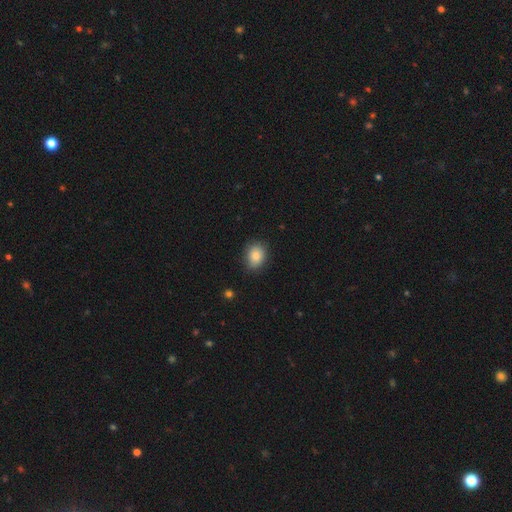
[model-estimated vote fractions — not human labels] This is clearly a smooth galaxy (84%). How rounded: possibly in between (56%). Merging: clearly none (80%).